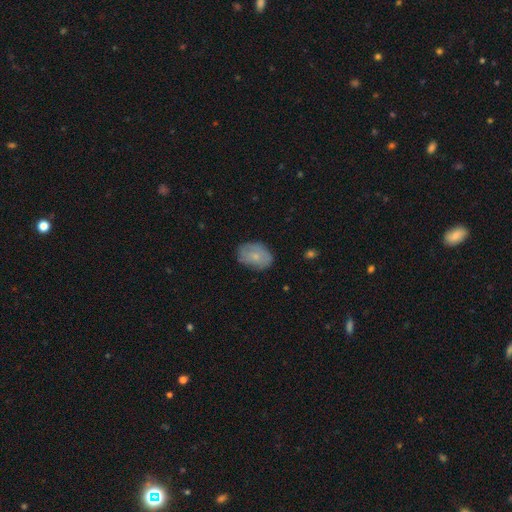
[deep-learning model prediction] Smooth or featured?
  - smooth: 66% *
  - featured or disk: 27%
  - star or artifact: 7%
How rounded?
  - in between: 74% *
  - round: 24%
  - cigar-shaped: 1%
Merging?
  - none: 76% *
  - minor disturbance: 19%
  - major disturbance: 4%
  - merger: 1%